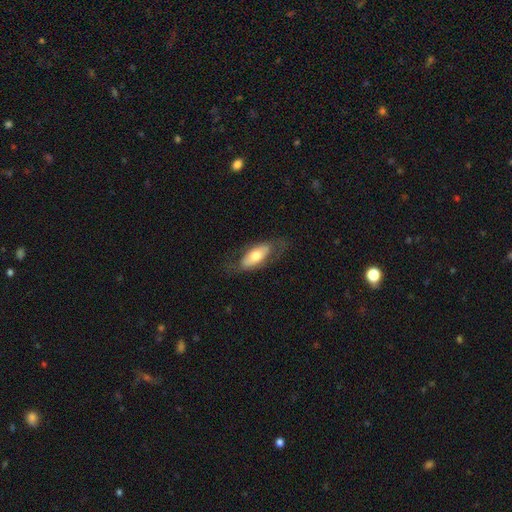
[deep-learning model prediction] Q: Smooth or featured?
A: smooth (56%); runner-up: featured or disk (38%)
Q: How rounded?
A: in between (81%); runner-up: cigar-shaped (16%)
Q: Merging?
A: none (68%); runner-up: minor disturbance (19%)